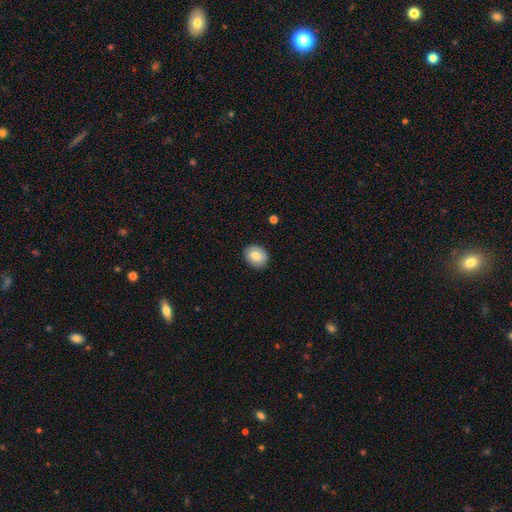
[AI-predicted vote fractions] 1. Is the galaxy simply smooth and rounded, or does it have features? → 81% smooth, 11% featured or disk, 8% star or artifact.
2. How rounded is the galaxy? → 53% round, 46% in between, 1% cigar-shaped.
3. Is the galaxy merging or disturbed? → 89% none, 8% minor disturbance, 2% major disturbance, 1% merger.